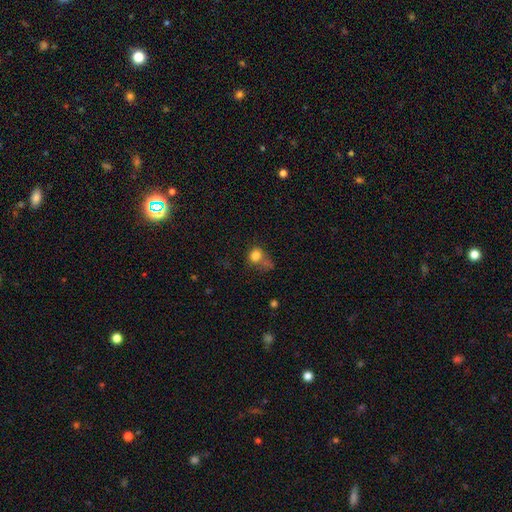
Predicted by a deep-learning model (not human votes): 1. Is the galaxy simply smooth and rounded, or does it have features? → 79% smooth, 12% star or artifact, 9% featured or disk.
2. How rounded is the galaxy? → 71% round, 28% in between, 1% cigar-shaped.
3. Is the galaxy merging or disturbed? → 43% none, 21% minor disturbance, 18% merger, 17% major disturbance.